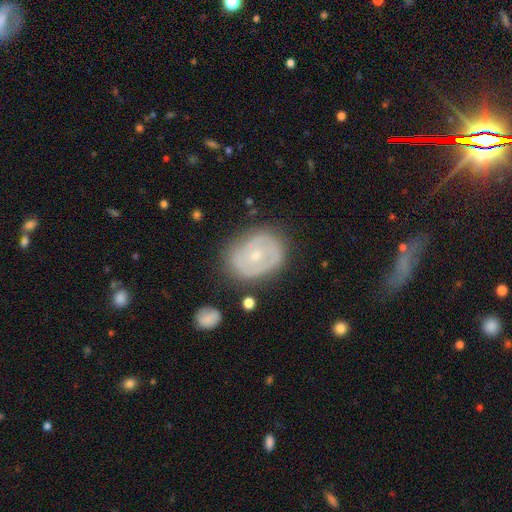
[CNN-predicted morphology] The model was most divided on "spiral arms": yes: 58%, no: 42%. More confident: edge-on disk — no (96%); bar — no (74%); merging — none (69%); bulge size — small (68%); smooth or featured — featured or disk (65%).